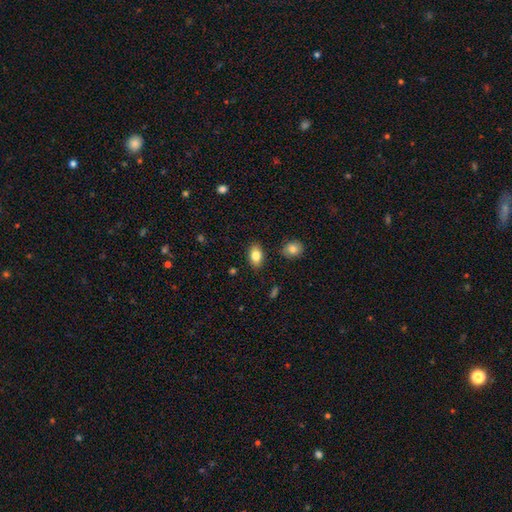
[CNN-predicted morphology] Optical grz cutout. It shows a smooth galaxy with no disk features (82%) that is in between round and cigar-shaped (87%). Merging: none (86%).